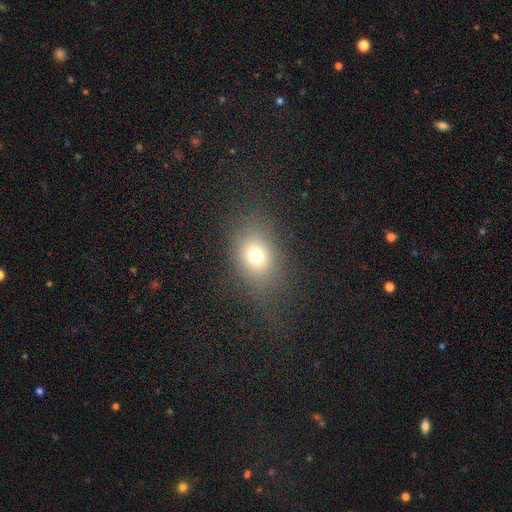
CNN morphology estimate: Smooth or featured? smooth (72%)
How rounded? in between (58%)
Merging? none (74%)